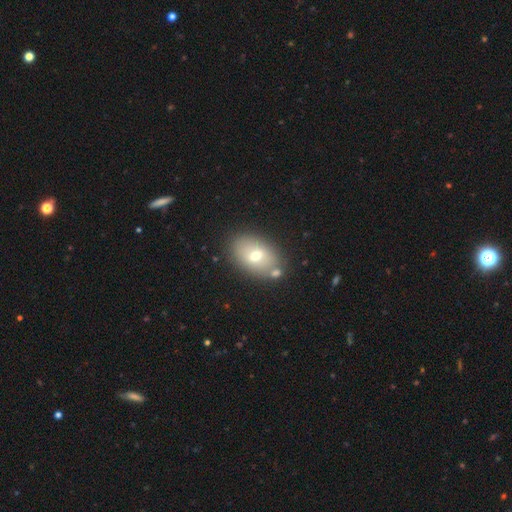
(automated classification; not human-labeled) A smooth galaxy with no disk features (67%) that is in between round and cigar-shaped (84%). Merging: none (76%).